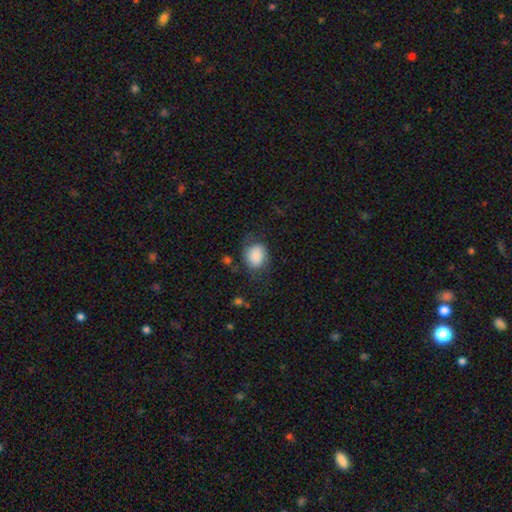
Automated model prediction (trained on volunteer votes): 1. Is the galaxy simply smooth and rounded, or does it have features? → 76% smooth, 16% featured or disk, 8% star or artifact.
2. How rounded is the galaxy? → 51% round, 48% in between, 1% cigar-shaped.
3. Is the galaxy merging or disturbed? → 57% none, 26% minor disturbance, 15% major disturbance, 2% merger.